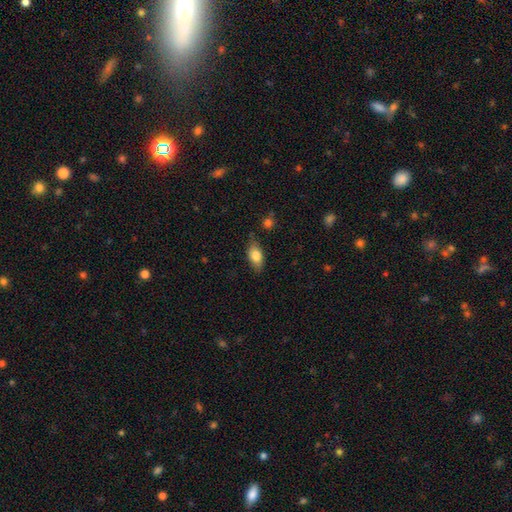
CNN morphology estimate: This is likely a smooth galaxy (79%). How rounded: clearly in between (86%). Merging: likely none (76%).